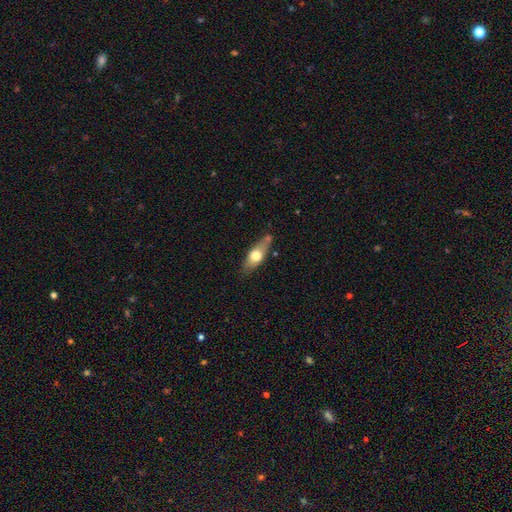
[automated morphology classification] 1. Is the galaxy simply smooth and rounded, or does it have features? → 55% smooth, 39% featured or disk, 6% star or artifact.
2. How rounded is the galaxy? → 60% in between, 35% cigar-shaped, 5% round.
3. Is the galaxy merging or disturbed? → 68% none, 20% minor disturbance, 7% merger, 5% major disturbance.